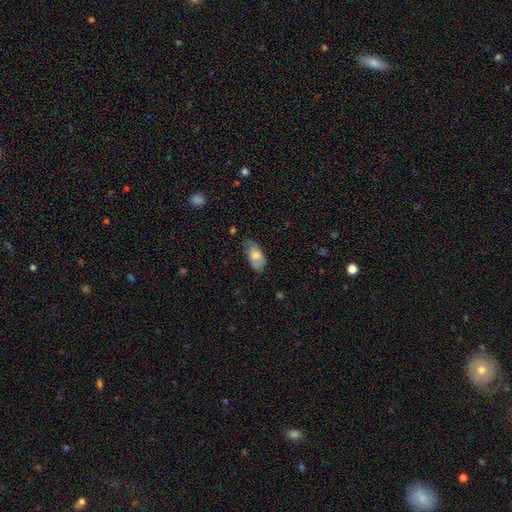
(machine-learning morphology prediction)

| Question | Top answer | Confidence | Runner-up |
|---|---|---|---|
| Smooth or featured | smooth | 71% | featured or disk (23%) |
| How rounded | in between | 93% | cigar-shaped (4%) |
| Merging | none | 62% | minor disturbance (30%) |